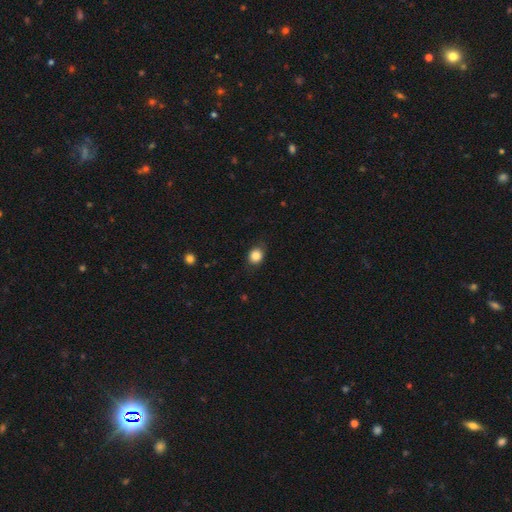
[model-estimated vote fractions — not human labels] This is clearly a smooth galaxy (84%). How rounded: likely round (68%). Merging: clearly none (82%).